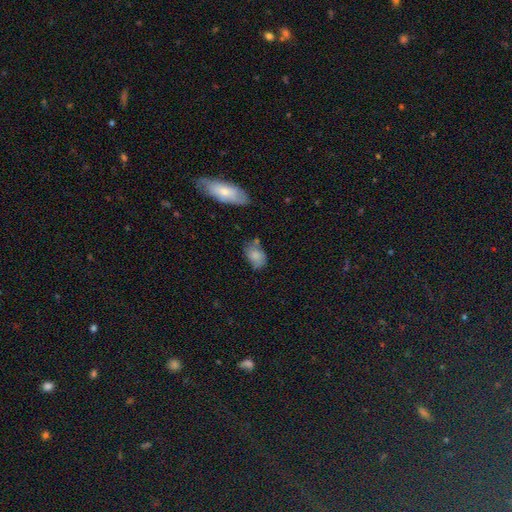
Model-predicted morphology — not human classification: A smooth galaxy with no disk features (77%) that is in between round and cigar-shaped (84%). Merging: none (55%).